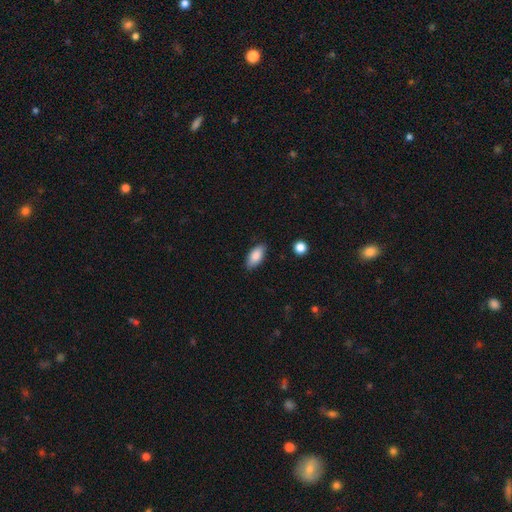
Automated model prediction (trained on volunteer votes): A smooth galaxy with no disk features (86%) that is in between round and cigar-shaped (90%). Merging: none (84%).